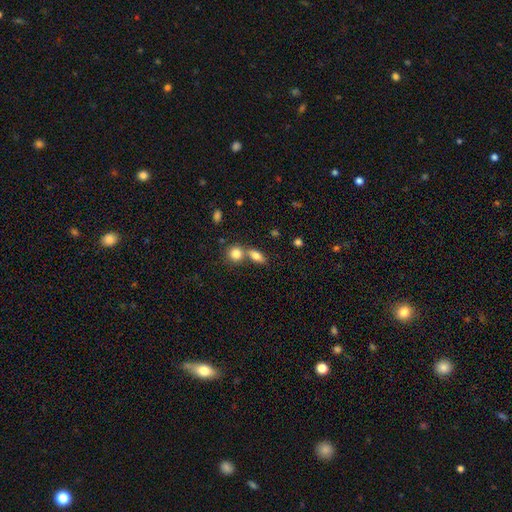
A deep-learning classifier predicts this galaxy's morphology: The model was most divided on "merging": none: 48%, merger: 39%, minor disturbance: 9%, major disturbance: 4%. More confident: smooth or featured — smooth (79%); how rounded — in between (73%).